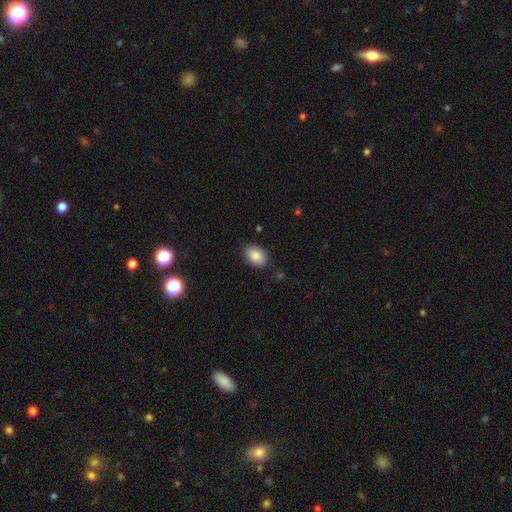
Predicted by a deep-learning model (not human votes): smooth_or_featured: smooth (p=0.87) [alt: star or artifact p=0.08]
how_rounded: in between (p=0.79) [alt: round p=0.20]
merging: none (p=0.86) [alt: minor disturbance p=0.11]